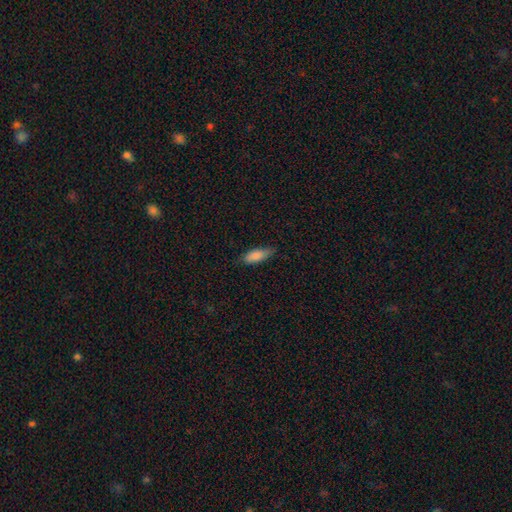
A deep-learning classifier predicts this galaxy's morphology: smooth 86%, featured or disk 7%, star or artifact 6%. Down the decision tree: how rounded — in between (71%); merging — none (74%).